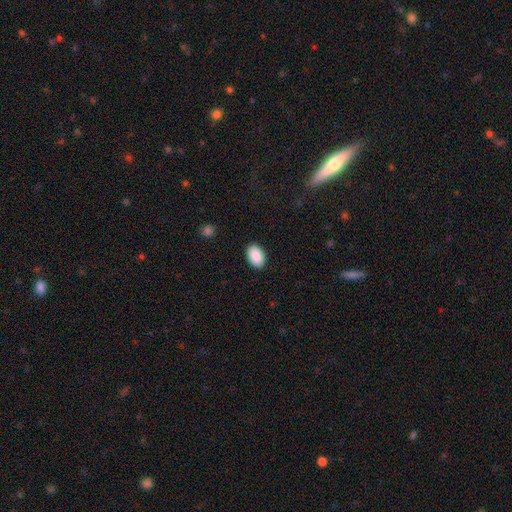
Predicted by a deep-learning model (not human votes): Smooth or featured: smooth — 91% (star or artifact — 6%)
How rounded: in between — 91% (round — 8%)
Merging: none — 89% (minor disturbance — 8%)